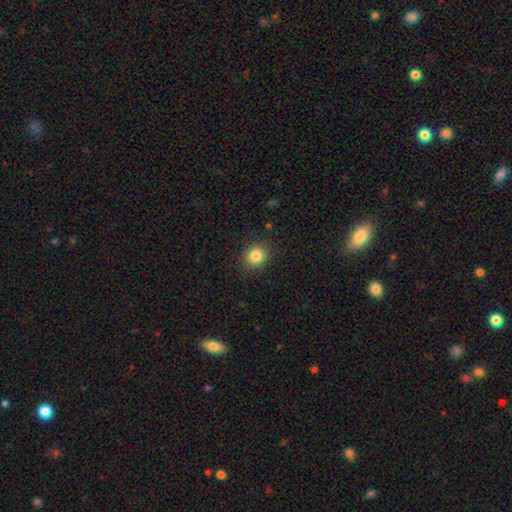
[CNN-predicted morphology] smooth-or-featured: smooth: 84% | star or artifact: 11% | featured or disk: 6%
  how-rounded: round: 78% | in between: 22% | cigar-shaped: 1%
  merging: none: 89% | minor disturbance: 8% | major disturbance: 2% | merger: 1%